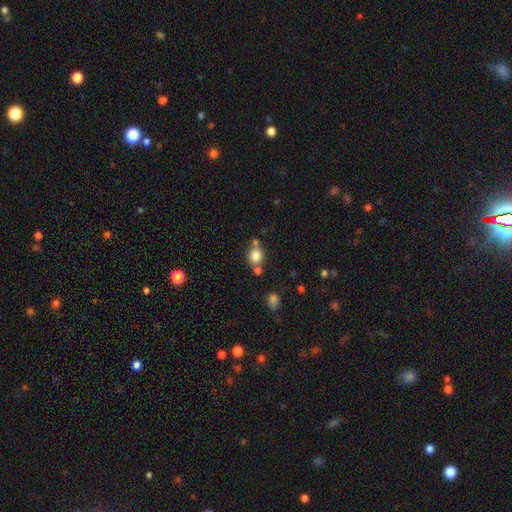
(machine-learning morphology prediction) smooth 81%, star or artifact 11%, featured or disk 8%. Down the decision tree: how rounded — round (69%); merging — none (59%).